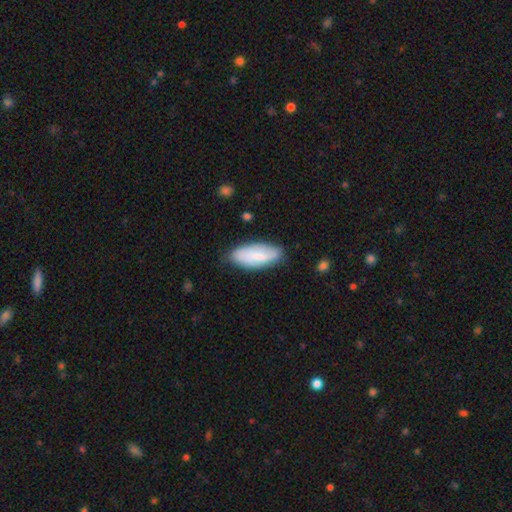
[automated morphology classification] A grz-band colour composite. It shows a smooth galaxy with no disk features (71%) that is in between round and cigar-shaped (82%). Merging: none (76%).